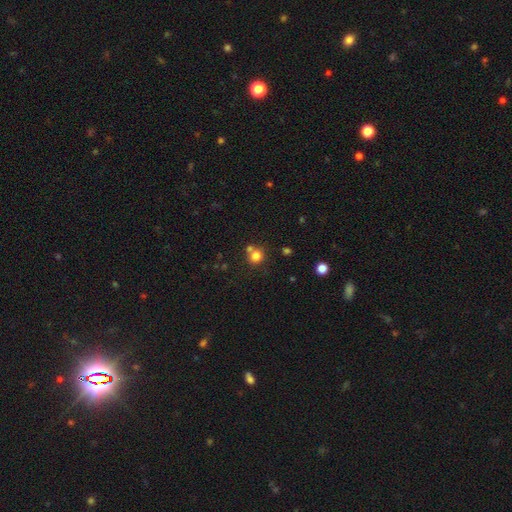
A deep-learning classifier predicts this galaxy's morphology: This is likely a smooth galaxy (79%). How rounded: clearly round (86%). Merging: likely none (63%).